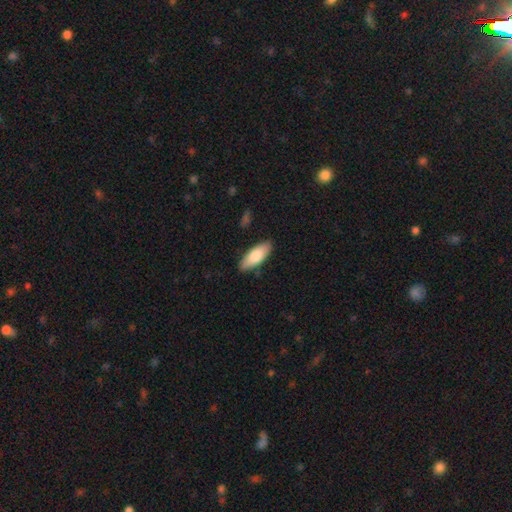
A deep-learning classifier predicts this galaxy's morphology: Q: Smooth or featured?
A: smooth (80%); runner-up: featured or disk (14%)
Q: How rounded?
A: in between (77%); runner-up: cigar-shaped (21%)
Q: Merging?
A: none (87%); runner-up: minor disturbance (9%)